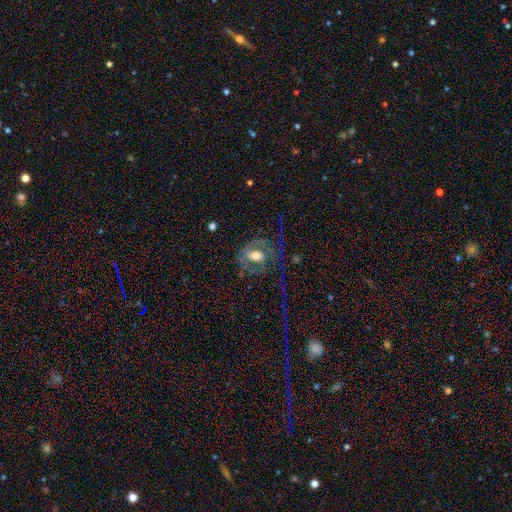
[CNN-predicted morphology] smooth-or-featured: featured or disk: 59% | smooth: 32% | star or artifact: 9%
  disk-edge-on: no: 95% | yes: 5%
    bar: no: 56% | weak: 32% | strong: 12%
    has-spiral-arms: yes: 62% | no: 38%
    bulge-size: moderate: 63% | large: 22% | small: 11% | dominant: 2% | none: 2%
  merging: major disturbance: 39% (tied) | none: 39% (tied) | minor disturbance: 19% | merger: 2%